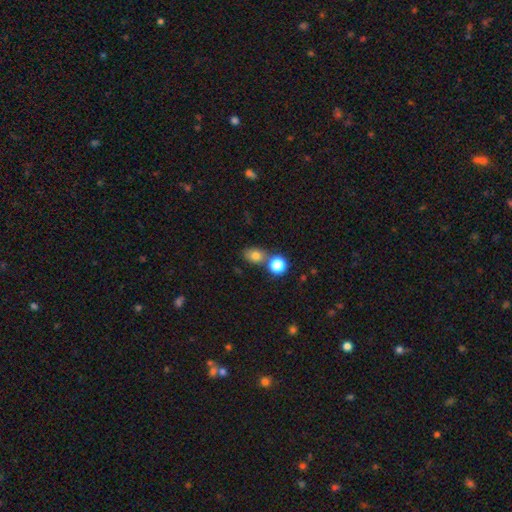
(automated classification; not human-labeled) Smooth or featured? smooth (76%)
How rounded? in between (58%)
Merging? none (61%)